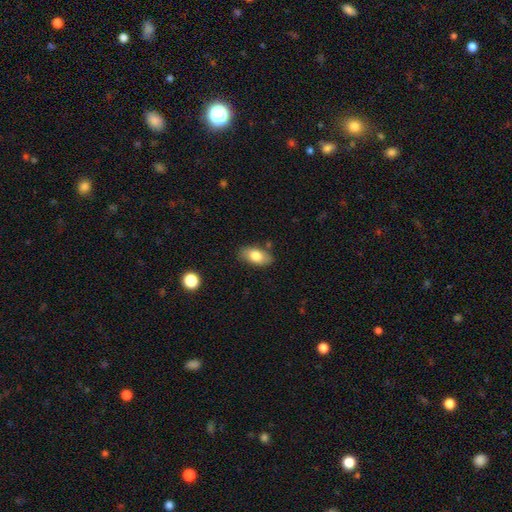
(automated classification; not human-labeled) Q: Smooth or featured?
A: smooth (79%); runner-up: featured or disk (14%)
Q: How rounded?
A: in between (91%); runner-up: round (5%)
Q: Merging?
A: none (80%); runner-up: minor disturbance (14%)